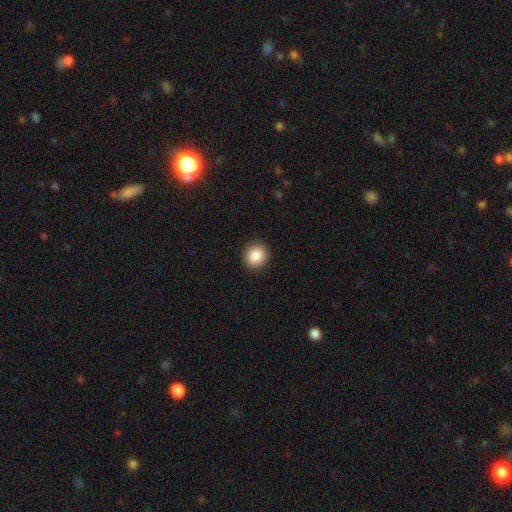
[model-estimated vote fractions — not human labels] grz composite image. It shows a smooth galaxy with no disk features (88%) that is round (86%). Merging: none (91%).